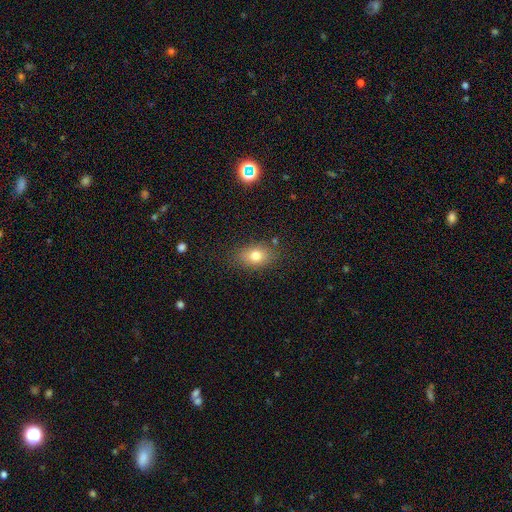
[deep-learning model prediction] smooth_or_featured: smooth (p=0.78) [alt: featured or disk p=0.12]
how_rounded: in between (p=0.78) [alt: round p=0.19]
merging: none (p=0.80) [alt: minor disturbance p=0.13]